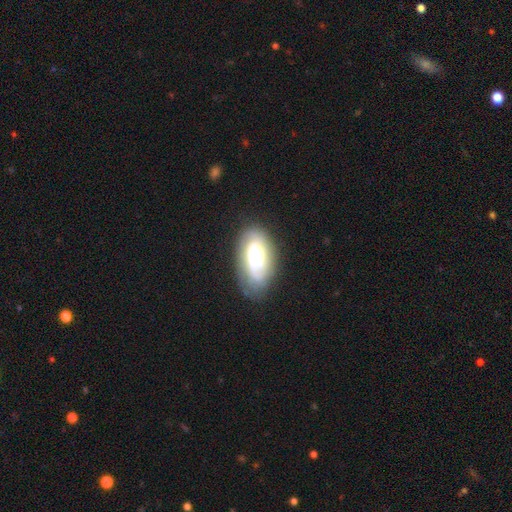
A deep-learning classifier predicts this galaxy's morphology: Smooth or featured? Predicted: featured or disk (p=0.50). Edge-on disk? Predicted: no (p=0.91). Merging? Predicted: none (p=0.62).